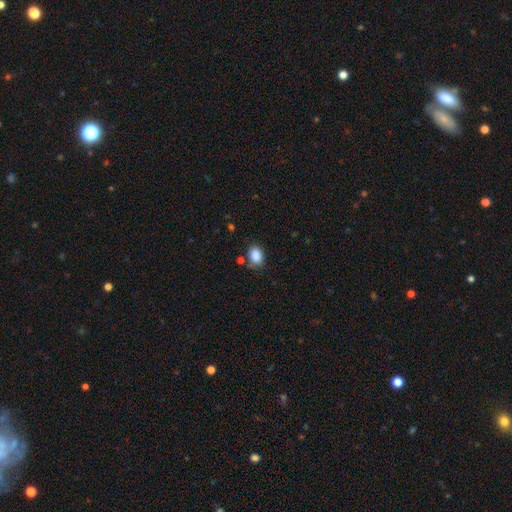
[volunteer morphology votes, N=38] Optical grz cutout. It shows a smooth galaxy with no disk features (92%) that is in between round and cigar-shaped (80%). Merging: none (86%).